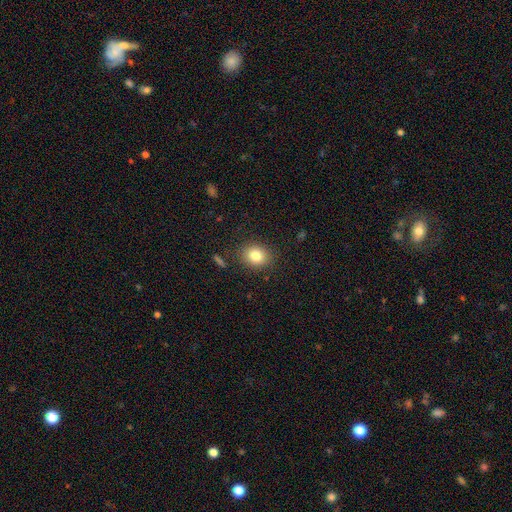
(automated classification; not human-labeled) smooth_or_featured: smooth (p=0.82) [alt: star or artifact p=0.10]
how_rounded: round (p=0.58) [alt: in between p=0.41]
merging: none (p=0.86) [alt: minor disturbance p=0.09]